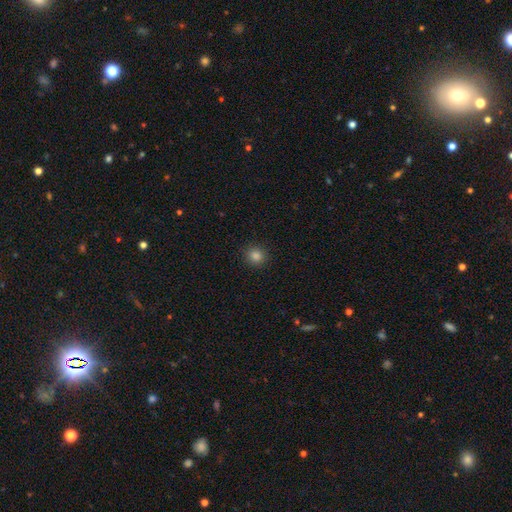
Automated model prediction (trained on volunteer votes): Smooth or featured?
  - smooth: 84% *
  - star or artifact: 13%
  - featured or disk: 4%
How rounded?
  - round: 89% *
  - in between: 10%
  - cigar-shaped: 1%
Merging?
  - none: 91% *
  - minor disturbance: 6%
  - major disturbance: 2%
  - merger: 1%